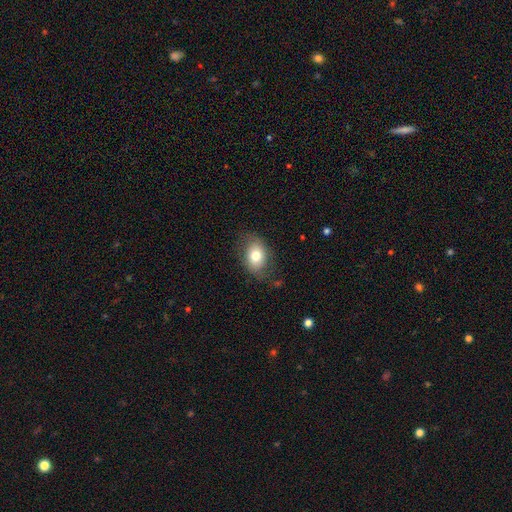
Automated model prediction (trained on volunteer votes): A smooth galaxy with no disk features (73%) that is in between round and cigar-shaped (71%).

Vote fractions:
- Smooth or featured? smooth: 73% / featured or disk: 18% / star or artifact: 9%
- How rounded? in between: 71% / round: 28% / cigar-shaped: 1%
- Merging? none: 72% / minor disturbance: 20% / major disturbance: 7% / merger: 1%